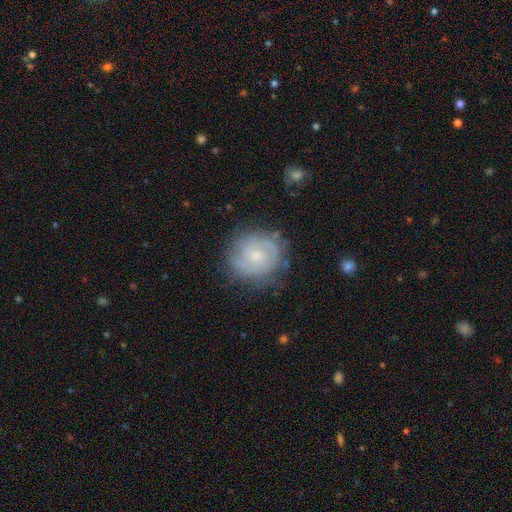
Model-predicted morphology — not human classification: Smooth or featured? Predicted: featured or disk (p=0.66). Edge-on disk? Predicted: no (p=0.98). Bar? Predicted: no (p=0.64). Spiral arms? Predicted: yes (p=0.86). Spiral winding? Predicted: tight (p=0.60). Spiral arm count? Predicted: 2 (p=0.45). Bulge size? Predicted: small (p=0.59). Merging? Predicted: none (p=0.77).